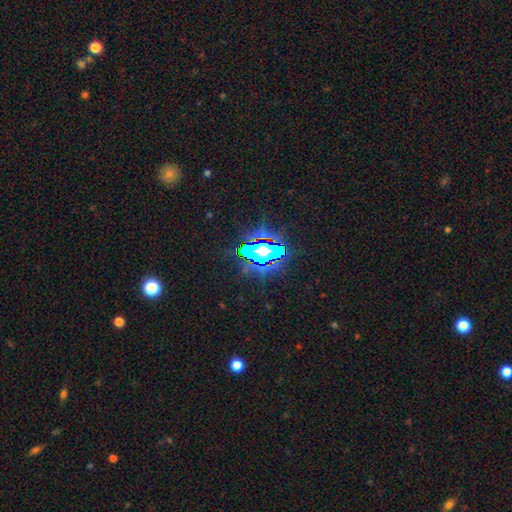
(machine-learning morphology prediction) smooth_or_featured: star or artifact (p=0.80) [alt: smooth p=0.12]